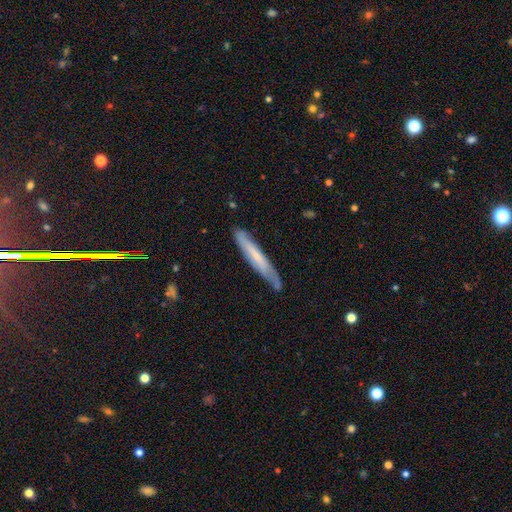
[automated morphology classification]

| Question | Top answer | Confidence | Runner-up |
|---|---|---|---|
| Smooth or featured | smooth | 51% | featured or disk (43%) |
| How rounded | cigar-shaped | 94% | in between (5%) |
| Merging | none | 78% | minor disturbance (18%) |